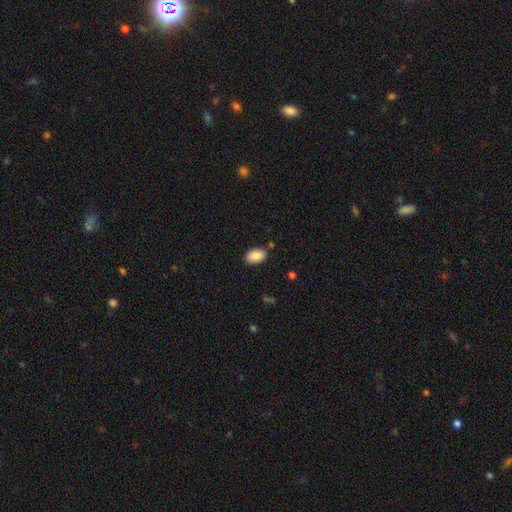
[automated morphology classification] smooth 89%, star or artifact 7%, featured or disk 4%. Down the decision tree: how rounded — in between (92%); merging — none (83%).